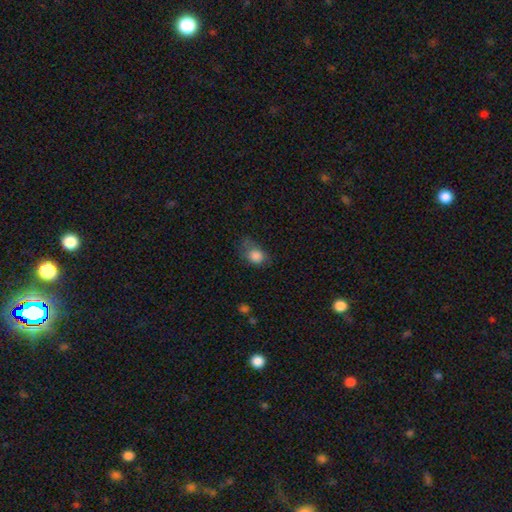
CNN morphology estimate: smooth 82%, star or artifact 10%, featured or disk 8%. Down the decision tree: how rounded — in between (55%); merging — minor disturbance (36%).